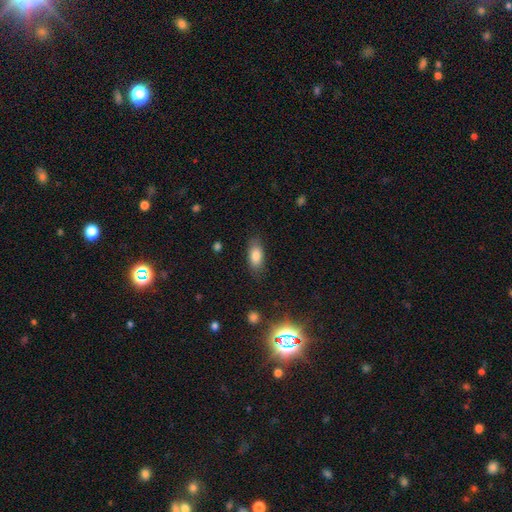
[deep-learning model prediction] smooth 82%, featured or disk 9%, star or artifact 8%. Down the decision tree: how rounded — in between (86%); merging — none (81%).